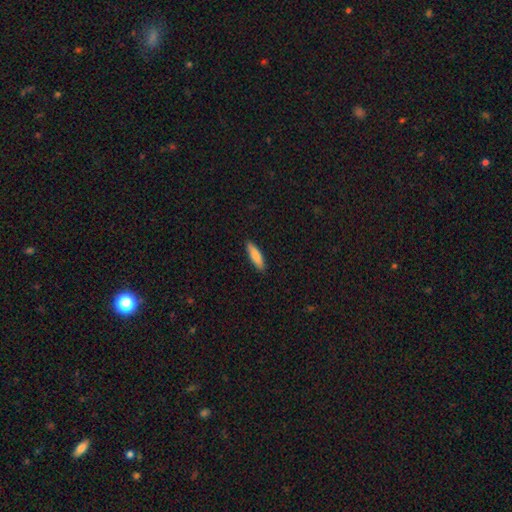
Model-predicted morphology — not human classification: A smooth galaxy with no disk features (84%) that is cigar-shaped (63%).

Vote fractions:
- Smooth or featured? smooth: 84% / featured or disk: 11% / star or artifact: 6%
- How rounded? cigar-shaped: 63% / in between: 35% / round: 2%
- Merging? none: 90% / minor disturbance: 7% / major disturbance: 2% / merger: 1%